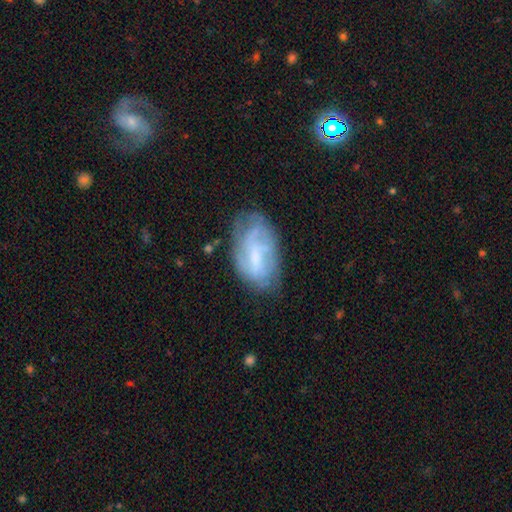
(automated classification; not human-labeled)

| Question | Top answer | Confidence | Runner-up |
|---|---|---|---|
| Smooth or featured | featured or disk | 61% | smooth (31%) |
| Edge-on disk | no | 96% | yes (4%) |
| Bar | weak | 50% | no (34%) |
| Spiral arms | yes | 70% | no (30%) |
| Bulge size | small | 43% | moderate (28%) |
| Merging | none | 57% | minor disturbance (28%) |